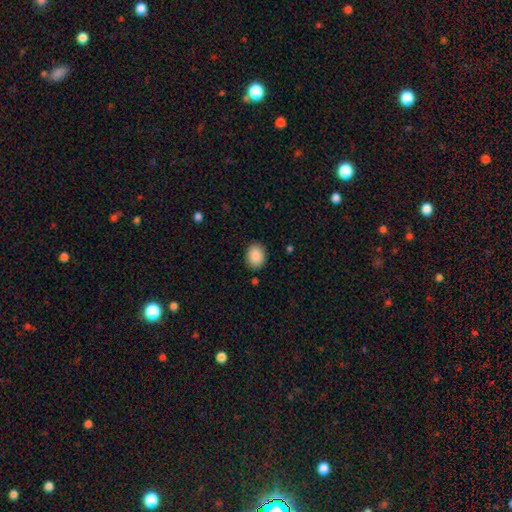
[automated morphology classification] Overall: smooth (89%). How rounded: in between (56%; round 43%). Merging: none (88%).